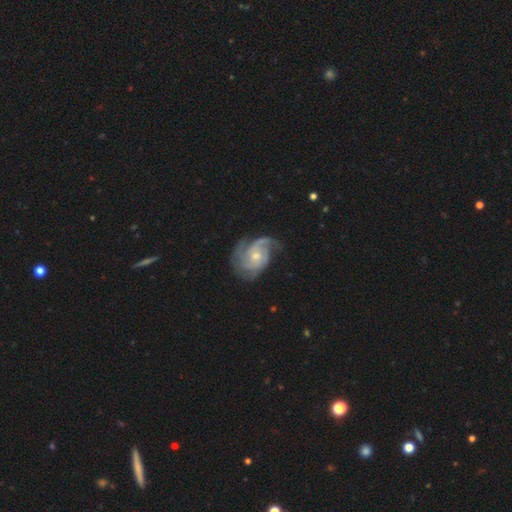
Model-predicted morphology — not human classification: Q: Smooth or featured?
A: featured or disk (87%); runner-up: smooth (8%)
Q: Edge-on disk?
A: no (98%); runner-up: yes (2%)
Q: Bar?
A: no (71%); runner-up: weak (26%)
Q: Spiral arms?
A: yes (97%); runner-up: no (3%)
Q: Spiral winding?
A: tight (44%); runner-up: medium (42%)
Q: Spiral arm count?
A: 3 (39%); runner-up: 2 (25%)
Q: Bulge size?
A: small (49%); runner-up: moderate (46%)
Q: Merging?
A: none (62%); runner-up: minor disturbance (23%)